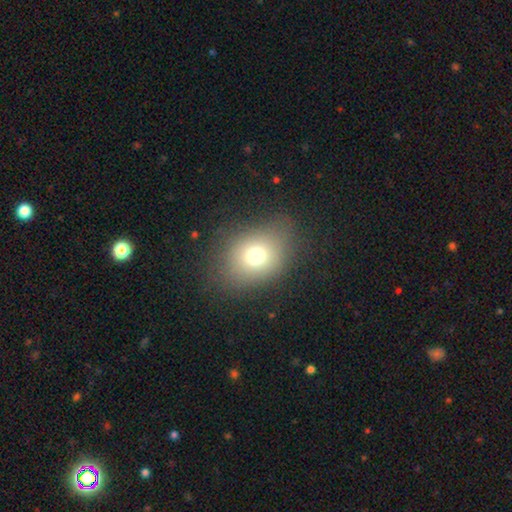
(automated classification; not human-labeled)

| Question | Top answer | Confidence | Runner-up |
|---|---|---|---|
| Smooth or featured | smooth | 72% | star or artifact (15%) |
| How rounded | in between | 56% | round (43%) |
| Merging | none | 79% | minor disturbance (13%) |